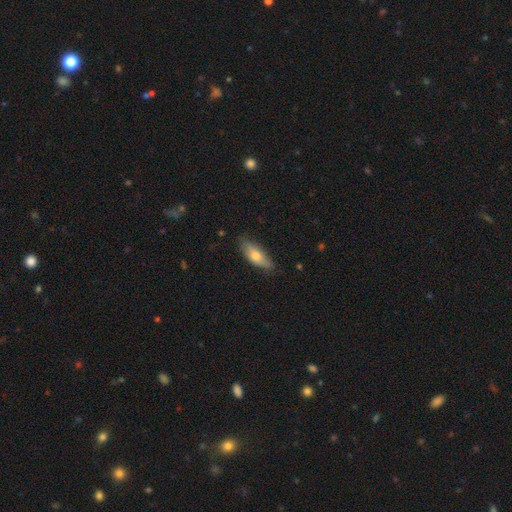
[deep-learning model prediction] Smooth or featured? smooth (68%)
How rounded? in between (69%)
Merging? none (78%)